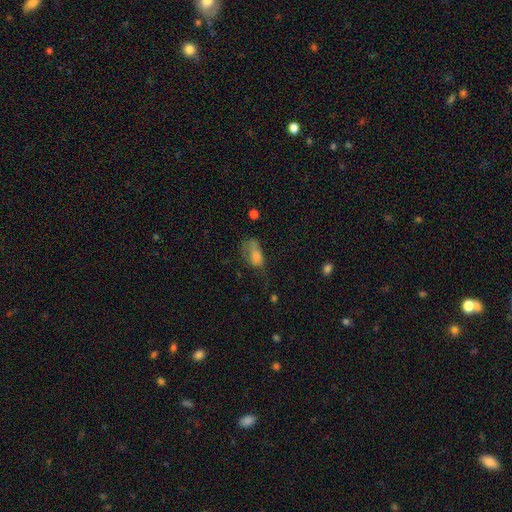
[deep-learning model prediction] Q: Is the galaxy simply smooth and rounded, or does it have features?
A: smooth — 70%.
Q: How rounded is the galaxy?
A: in between — 88%.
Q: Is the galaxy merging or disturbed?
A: major disturbance — 47%.